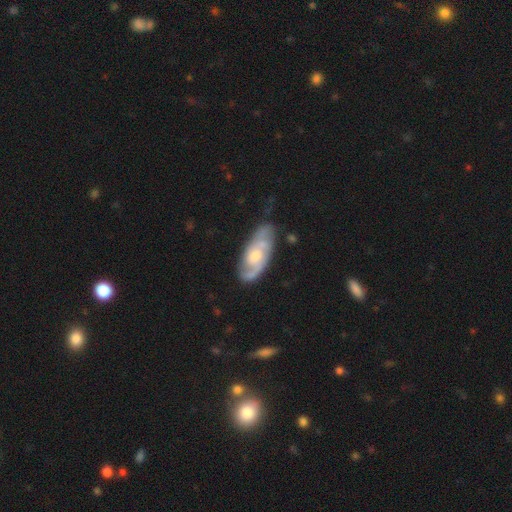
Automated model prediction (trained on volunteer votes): A featured or disk galaxy (75%) with no bar (61%), 2 (64%) medium (44%) spiral arms (91%) and a moderate central bulge (57%).

Vote fractions:
- Smooth or featured? featured or disk: 75% / smooth: 20% / star or artifact: 5%
- Edge-on disk? no: 92% / yes: 8%
- Bar? no: 61% / weak: 33% / strong: 5%
- Spiral arms? yes: 91% / no: 9%
- Spiral winding? medium: 44% / tight: 40% / loose: 15%
- Spiral arm count? 2: 64% / can't tell: 21% / 1: 6% / 3: 6% / 4: 2% / more than 4: 2%
- Bulge size? moderate: 57% / small: 31% / large: 7% / none: 4% / dominant: 1%
- Merging? none: 71% / minor disturbance: 21% / major disturbance: 6% / merger: 2%